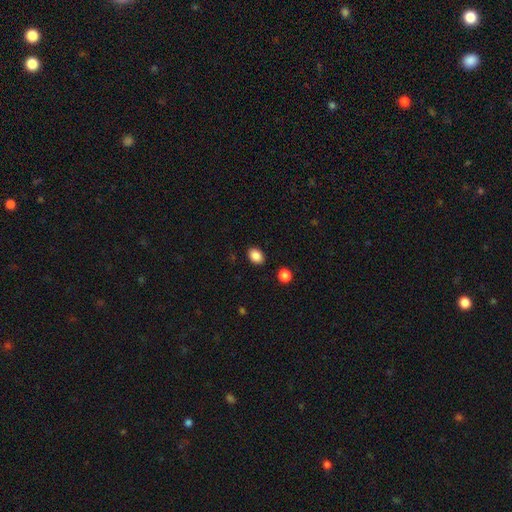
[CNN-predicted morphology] Smooth or featured? smooth (88%)
How rounded? in between (73%)
Merging? none (88%)